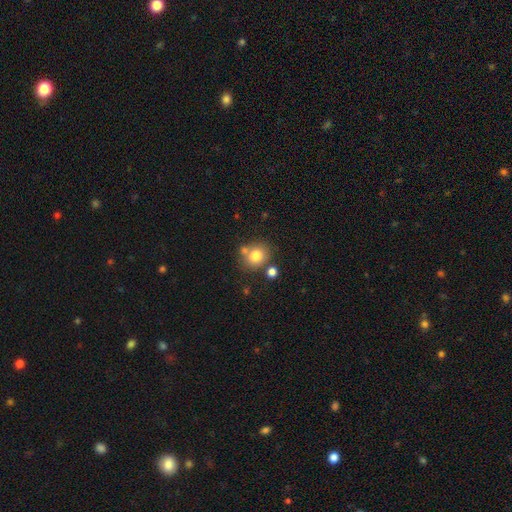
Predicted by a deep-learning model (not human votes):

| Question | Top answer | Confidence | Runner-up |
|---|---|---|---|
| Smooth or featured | smooth | 77% | star or artifact (11%) |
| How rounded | round | 76% | in between (23%) |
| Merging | none | 64% | merger (20%) |